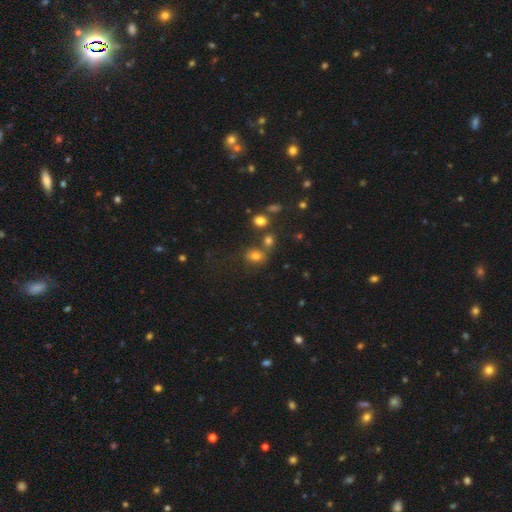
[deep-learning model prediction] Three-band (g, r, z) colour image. It shows a smooth galaxy with no disk features (74%) that is in between round and cigar-shaped (51%). Merging: none (59%).